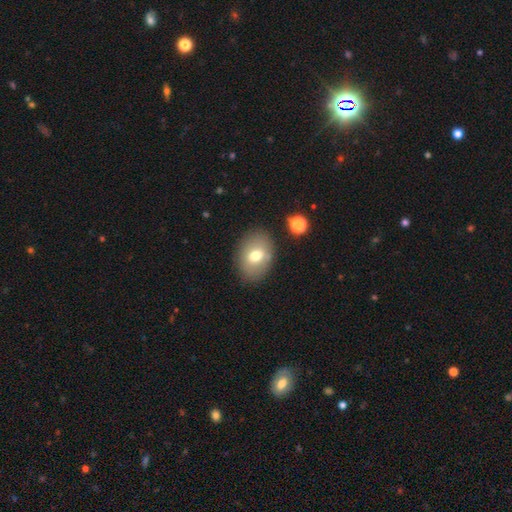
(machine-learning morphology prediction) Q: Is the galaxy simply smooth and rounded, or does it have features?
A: smooth — 69%.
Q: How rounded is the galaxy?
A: in between — 76%.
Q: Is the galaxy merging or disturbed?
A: none — 80%.